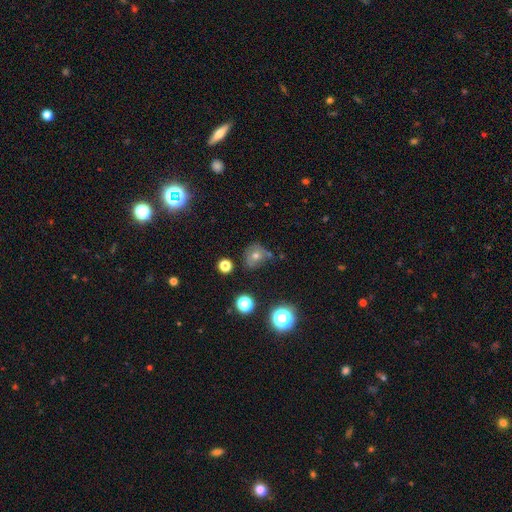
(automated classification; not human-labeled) smooth_or_featured: smooth (p=0.54) [alt: star or artifact p=0.26]
how_rounded: round (p=0.76) [alt: in between p=0.23]
merging: none (p=0.60) [alt: minor disturbance p=0.24]